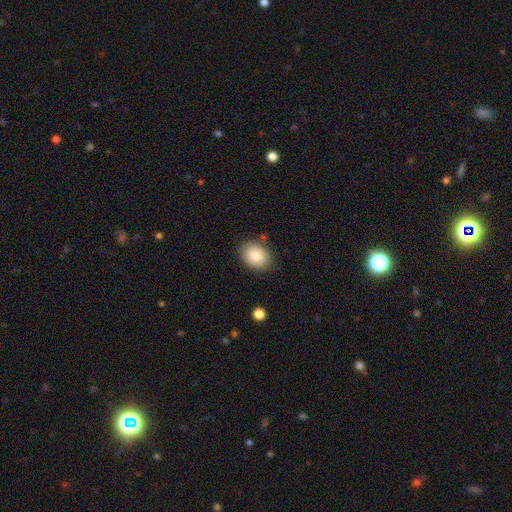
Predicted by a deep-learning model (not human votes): Morphology: type=smooth (86%); roundness=in between (64%); merging=none (81%).